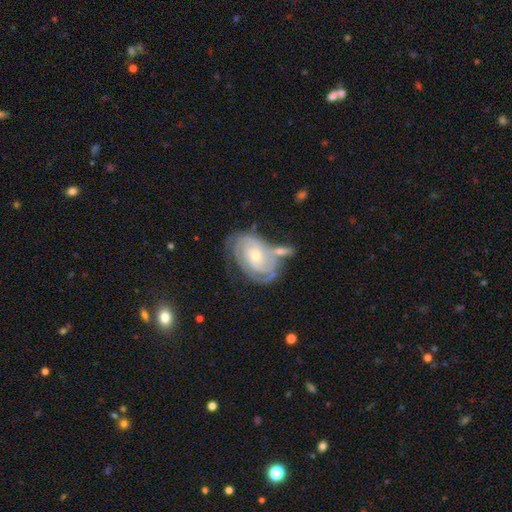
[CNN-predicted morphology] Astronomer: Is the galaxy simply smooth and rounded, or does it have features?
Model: featured or disk — 82%.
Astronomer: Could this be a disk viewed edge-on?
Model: no — 96%.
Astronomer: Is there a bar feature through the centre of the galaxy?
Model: no — 72%.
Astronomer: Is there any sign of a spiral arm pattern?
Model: yes — 93%.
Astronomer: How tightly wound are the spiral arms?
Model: tight — 72%.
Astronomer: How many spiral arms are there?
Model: can't tell — 38% (runner-up: 2, 29%).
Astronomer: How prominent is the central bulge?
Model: small — 60% (runner-up: moderate, 37%).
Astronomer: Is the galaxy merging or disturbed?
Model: none — 47%.